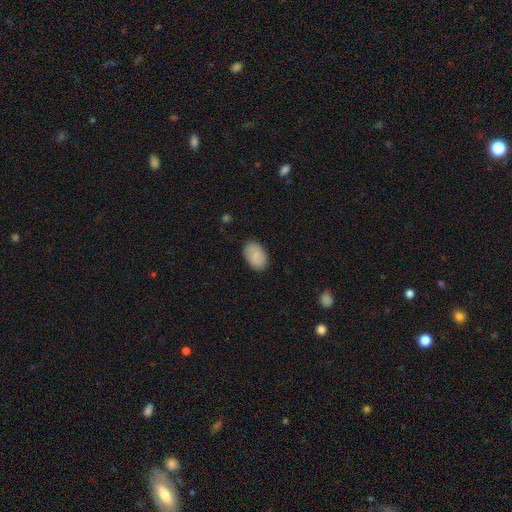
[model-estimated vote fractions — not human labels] Smooth or featured? Predicted: smooth (p=0.81). How rounded? Predicted: in between (p=0.89). Merging? Predicted: none (p=0.86).